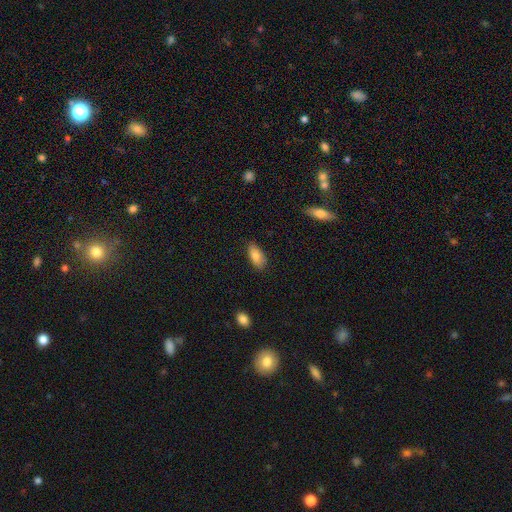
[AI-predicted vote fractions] Smooth or featured? Predicted: smooth (p=0.84). How rounded? Predicted: in between (p=0.89). Merging? Predicted: none (p=0.79).